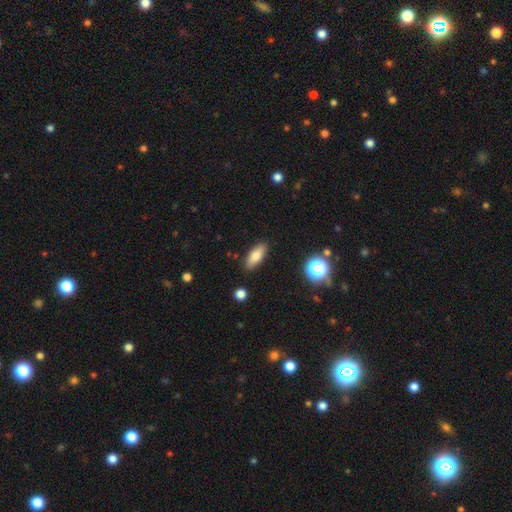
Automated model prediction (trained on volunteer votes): This is likely a smooth galaxy (76%). How rounded: likely in between (75%). Merging: clearly none (88%).